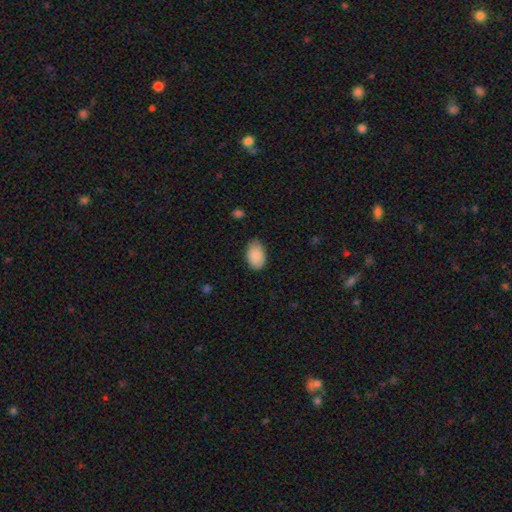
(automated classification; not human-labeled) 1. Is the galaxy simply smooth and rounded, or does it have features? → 88% smooth, 6% star or artifact, 5% featured or disk.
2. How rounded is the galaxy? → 92% in between, 7% round, 1% cigar-shaped.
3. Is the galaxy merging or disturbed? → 73% none, 22% minor disturbance, 3% major disturbance, 1% merger.